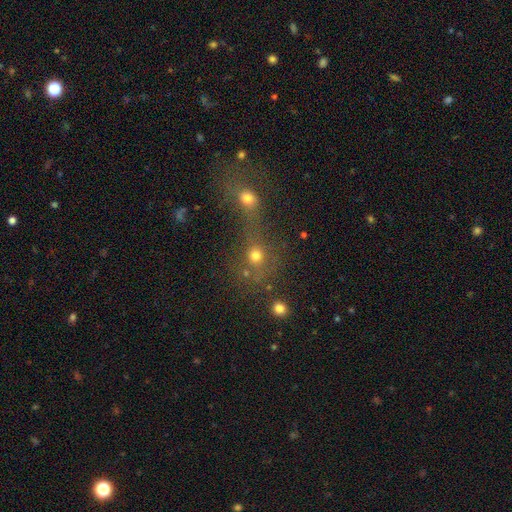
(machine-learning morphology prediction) type=smooth (70%); roundness=round (83%); merging=merger (48%).